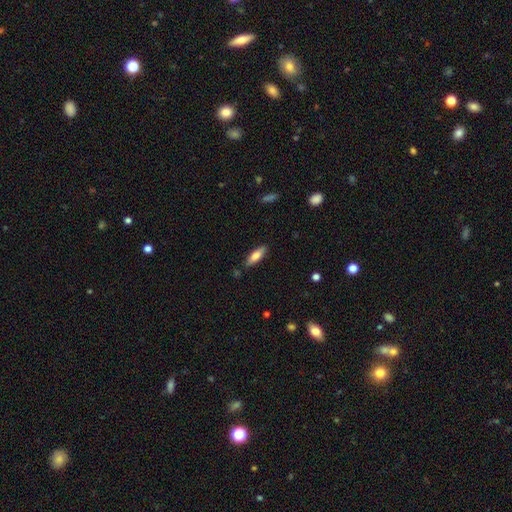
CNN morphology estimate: Overall: smooth (71%). How rounded: in between (55%; cigar-shaped 43%). Merging: none (85%).